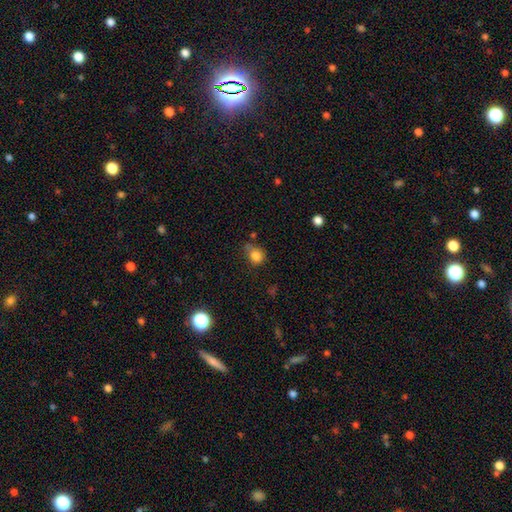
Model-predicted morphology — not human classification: smooth_or_featured: smooth (p=0.82) [alt: star or artifact p=0.12]
how_rounded: round (p=0.72) [alt: in between p=0.27]
merging: none (p=0.52) [alt: minor disturbance p=0.30]